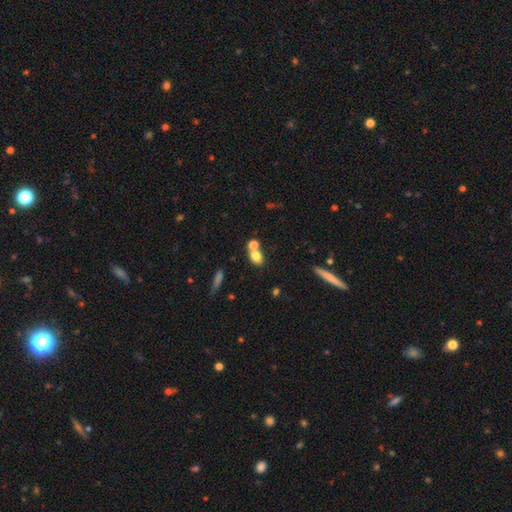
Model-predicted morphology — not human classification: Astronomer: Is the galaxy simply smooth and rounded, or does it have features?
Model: smooth — 77%.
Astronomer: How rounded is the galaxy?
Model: in between — 56% (runner-up: round, 41%).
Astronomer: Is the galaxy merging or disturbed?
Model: none — 44% (runner-up: merger, 43%).